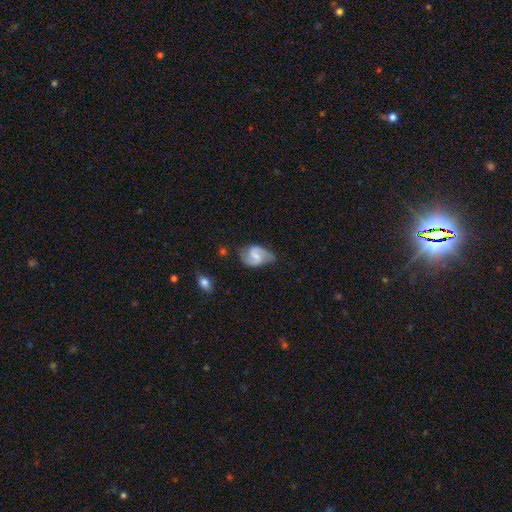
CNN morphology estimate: smooth-or-featured: featured or disk: 75% | smooth: 18% | star or artifact: 6%
  disk-edge-on: no: 98% | yes: 2%
    bar: weak: 55% | strong: 23% | no: 22%
    has-spiral-arms: yes: 94% | no: 6%
      spiral-winding: medium: 47% | loose: 36% | tight: 17%
      spiral-arm-count: 2: 90% | can't tell: 5% | 1: 2% | 3: 1% | 4: 1% | more than 4: 1%
    bulge-size: small: 44% | moderate: 33% | none: 18% | large: 3% | dominant: 1%
  merging: none: 65% | minor disturbance: 24% | major disturbance: 8% | merger: 2%